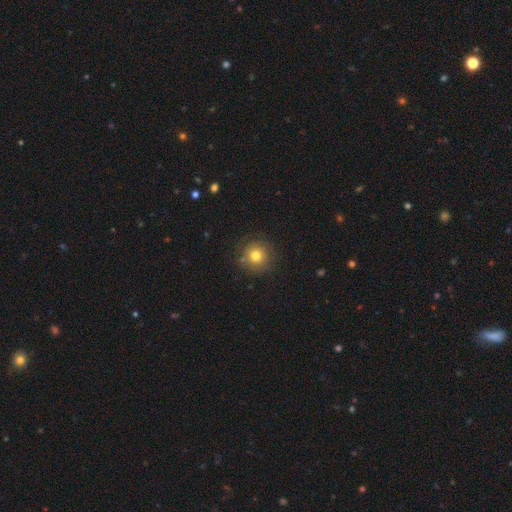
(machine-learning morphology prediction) Overall: smooth (75%). How rounded: round (94%). Merging: none (82%).